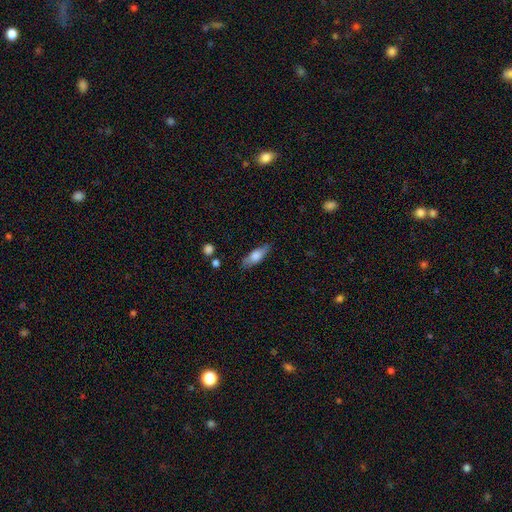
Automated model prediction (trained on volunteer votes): A smooth galaxy with no disk features (71%) that is in between round and cigar-shaped (62%).

Vote fractions:
- Smooth or featured? smooth: 71% / featured or disk: 23% / star or artifact: 6%
- How rounded? in between: 62% / cigar-shaped: 35% / round: 3%
- Merging? none: 82% / minor disturbance: 13% / major disturbance: 3% / merger: 2%